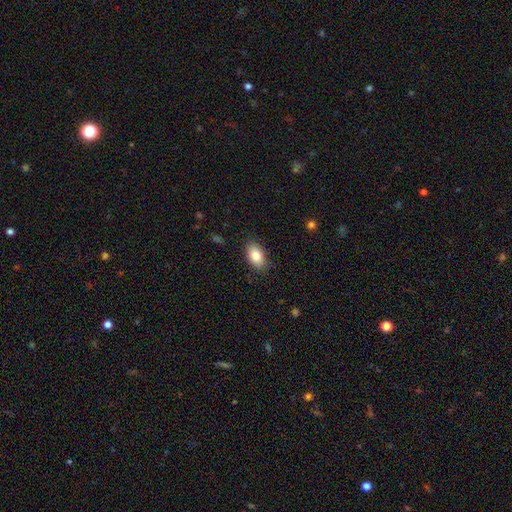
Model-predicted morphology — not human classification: A smooth galaxy with no disk features (83%) that is in between round and cigar-shaped (91%). Merging: none (86%).